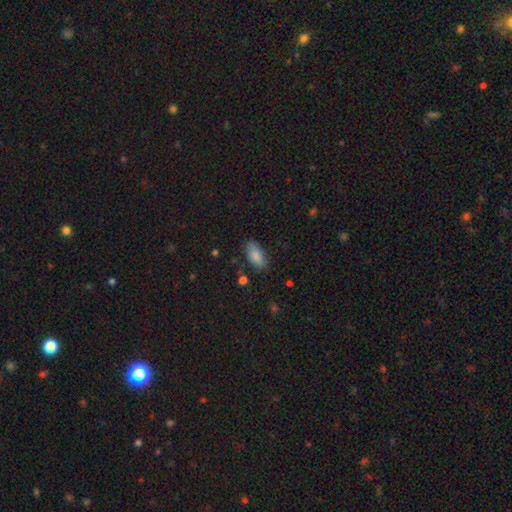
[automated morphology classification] Smooth or featured? smooth (85%)
How rounded? in between (92%)
Merging? none (81%)